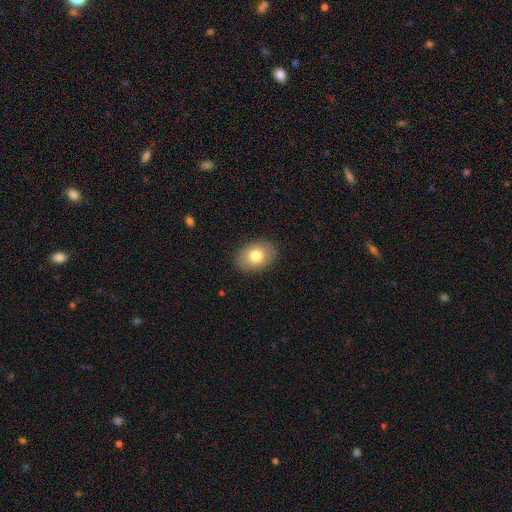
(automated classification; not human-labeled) The model was most divided on "how rounded": in between: 78%, round: 21%, cigar-shaped: 1%. More confident: merging — none (88%); smooth or featured — smooth (78%).